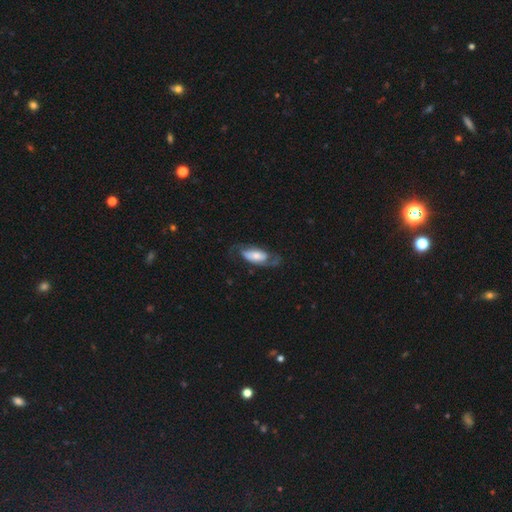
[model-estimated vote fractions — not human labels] smooth-or-featured: featured or disk: 61% | smooth: 33% | star or artifact: 6%
  disk-edge-on: no: 90% | yes: 10%
    bar: no: 54% | weak: 29% | strong: 17%
    has-spiral-arms: yes: 81% | no: 19%
    bulge-size: moderate: 42% | small: 30% | large: 19% | none: 5% | dominant: 4%
  merging: none: 60% | minor disturbance: 21% | major disturbance: 17% | merger: 2%